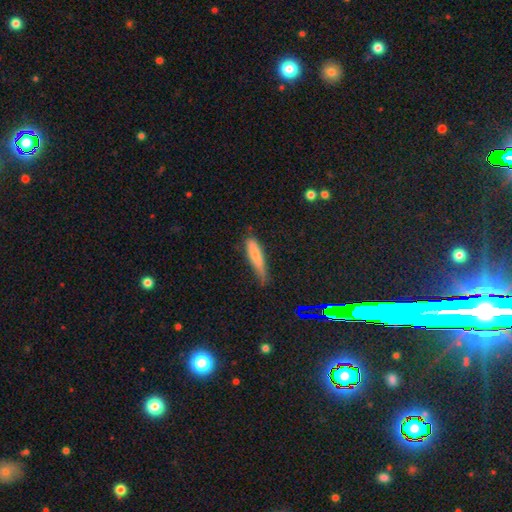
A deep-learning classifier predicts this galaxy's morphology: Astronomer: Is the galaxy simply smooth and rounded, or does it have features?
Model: smooth — 74%.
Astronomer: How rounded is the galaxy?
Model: cigar-shaped — 79%.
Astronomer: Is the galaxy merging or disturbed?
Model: none — 46% (runner-up: minor disturbance, 39%).